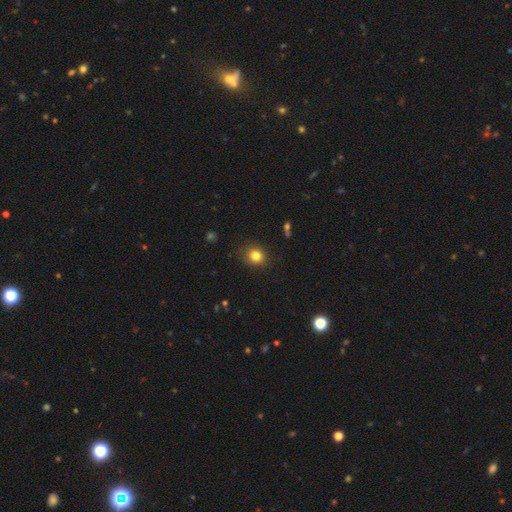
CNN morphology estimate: smooth 81%, star or artifact 12%, featured or disk 6%. Down the decision tree: how rounded — round (77%); merging — none (87%).